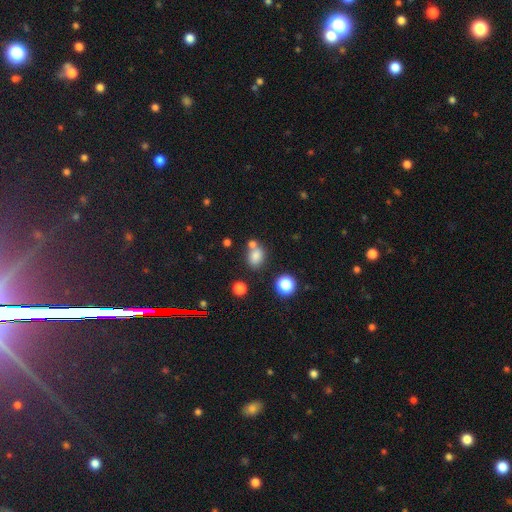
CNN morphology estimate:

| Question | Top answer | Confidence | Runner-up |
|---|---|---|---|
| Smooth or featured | smooth | 78% | star or artifact (15%) |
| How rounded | in between | 59% | round (40%) |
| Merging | none | 58% | merger (25%) |